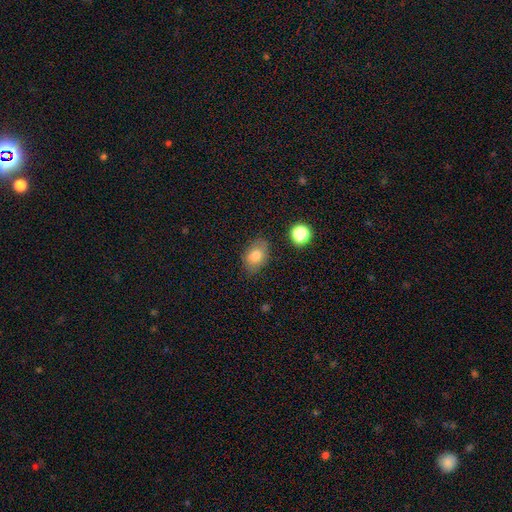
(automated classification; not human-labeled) Q: Smooth or featured?
A: smooth (78%); runner-up: featured or disk (12%)
Q: How rounded?
A: in between (79%); runner-up: round (20%)
Q: Merging?
A: none (80%); runner-up: minor disturbance (15%)